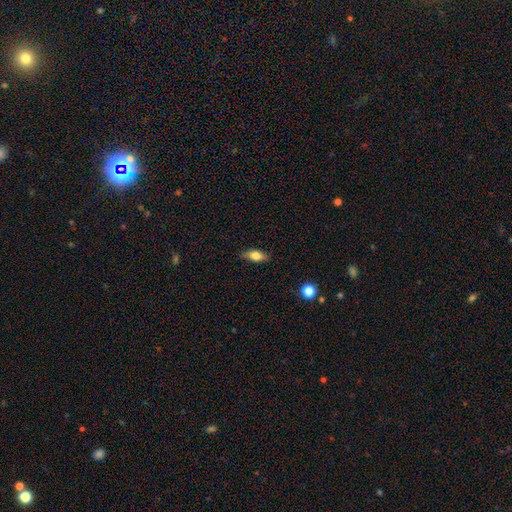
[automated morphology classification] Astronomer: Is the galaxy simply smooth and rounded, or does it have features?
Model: smooth — 74%.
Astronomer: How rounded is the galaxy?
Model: in between — 82%.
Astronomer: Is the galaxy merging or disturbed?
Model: none — 79%.